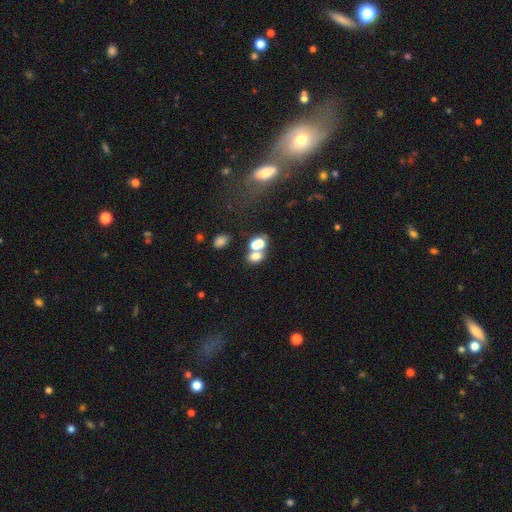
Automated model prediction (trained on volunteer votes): smooth-or-featured: smooth: 67% | star or artifact: 17% | featured or disk: 16%
  how-rounded: in between: 62% | round: 37% | cigar-shaped: 2%
  merging: merger: 53% | none: 34% | minor disturbance: 8% | major disturbance: 5%